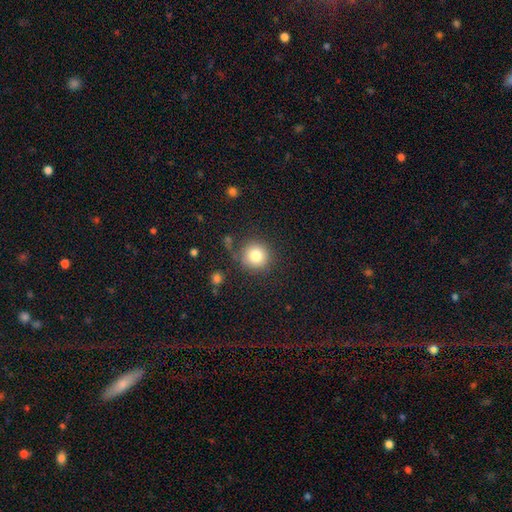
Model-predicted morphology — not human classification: Smooth or featured? Predicted: smooth (p=0.81). How rounded? Predicted: round (p=0.93). Merging? Predicted: none (p=0.79).